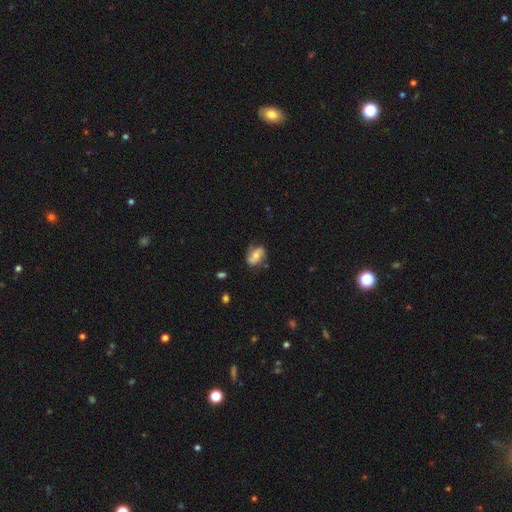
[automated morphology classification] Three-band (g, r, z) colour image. It shows a featured or disk galaxy (54%) with no bar (55%), spiral arms (83%) and a moderate central bulge (54%). Merging: none (68%).